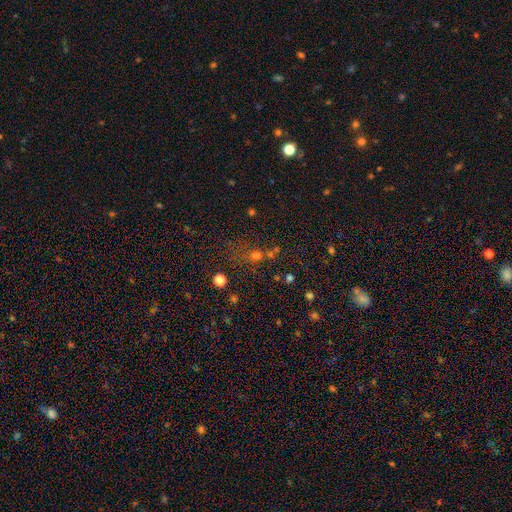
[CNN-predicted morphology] This appears to be a smooth galaxy with no disk features (48%). Merging: none (53%).